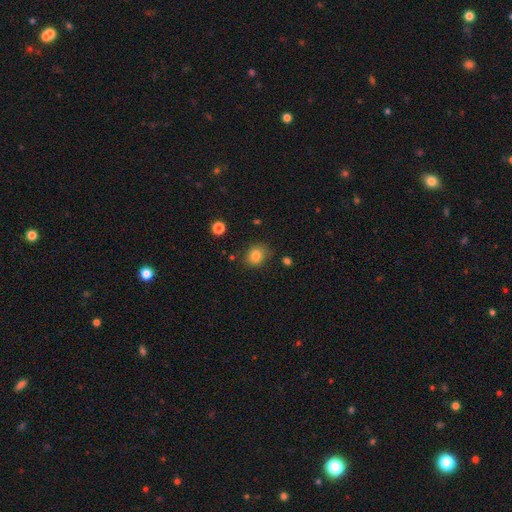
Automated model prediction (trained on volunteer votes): A smooth galaxy with no disk features (82%) that is round (62%). Merging: none (78%).